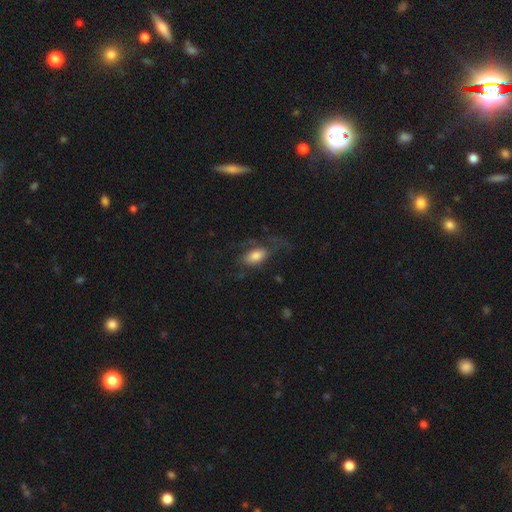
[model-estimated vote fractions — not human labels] smooth_or_featured: smooth (p=0.64) [alt: featured or disk p=0.28]
how_rounded: in between (p=0.89) [alt: cigar-shaped p=0.06]
merging: none (p=0.43) [alt: major disturbance p=0.34]